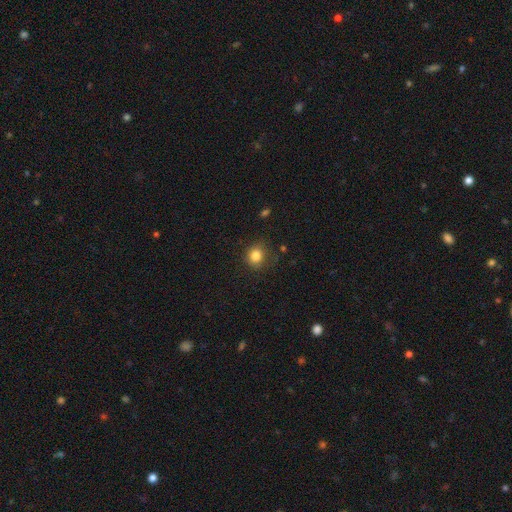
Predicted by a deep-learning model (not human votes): A smooth galaxy with no disk features (83%) that is round (80%).

Vote fractions:
- Smooth or featured? smooth: 83% / star or artifact: 11% / featured or disk: 6%
- How rounded? round: 80% / in between: 19% / cigar-shaped: 1%
- Merging? none: 78% / minor disturbance: 16% / major disturbance: 5% / merger: 1%